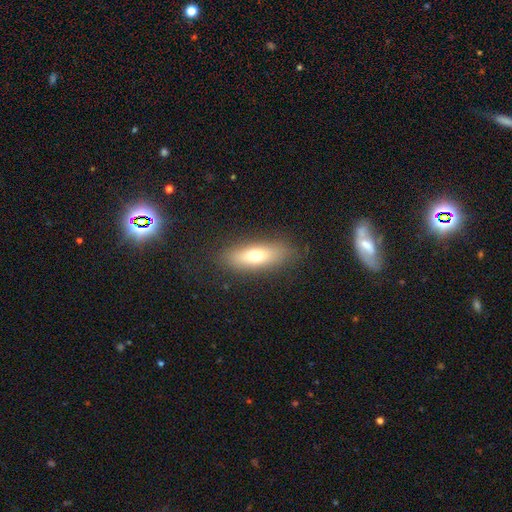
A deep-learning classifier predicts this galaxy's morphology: This appears to be a smooth galaxy with no disk features (67%) that is in between round and cigar-shaped (62%). Merging: none (84%).